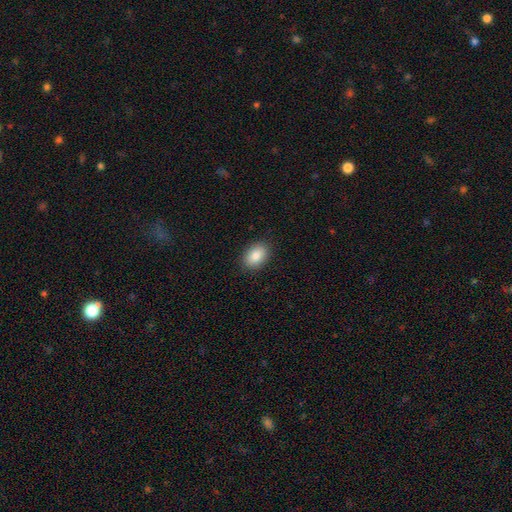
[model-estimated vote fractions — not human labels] Morphology: type=smooth (85%); roundness=in between (84%); merging=none (89%).